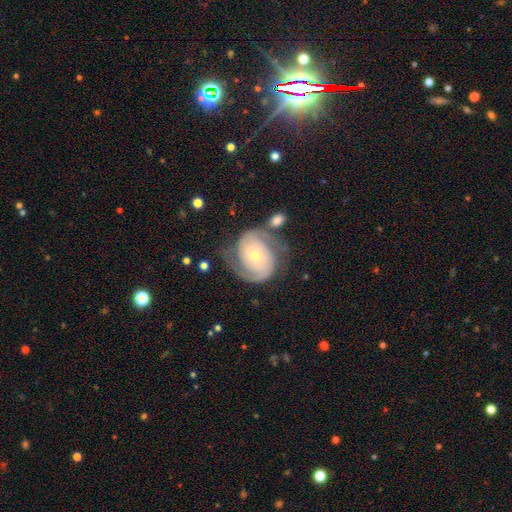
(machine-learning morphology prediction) Overall: featured or disk (87%). Edge-on disk: no (98%). Bar: no (72%). Spiral arms: yes (97%). Spiral arm count: 2 (88%). Spiral winding: tight (50%; medium 38%). Bulge size: small (65%; moderate 29%). Merging: none (66%).